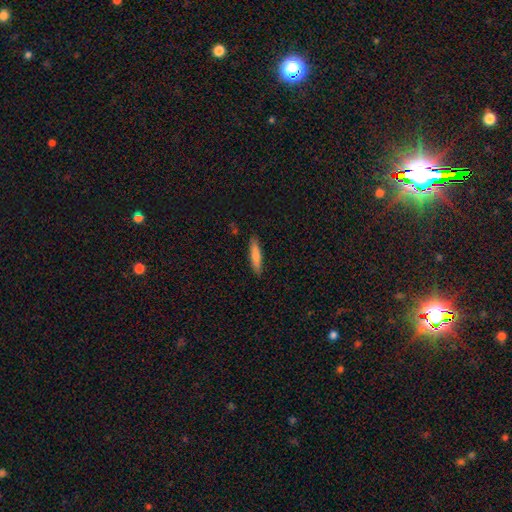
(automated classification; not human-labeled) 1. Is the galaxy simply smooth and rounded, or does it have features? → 78% smooth, 16% featured or disk, 6% star or artifact.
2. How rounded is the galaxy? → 83% cigar-shaped, 16% in between, 1% round.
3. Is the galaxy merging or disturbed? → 88% none, 9% minor disturbance, 2% major disturbance, 1% merger.